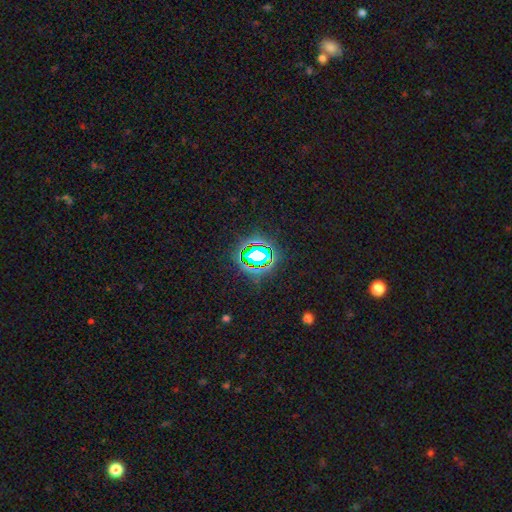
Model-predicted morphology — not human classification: Smooth or featured: star or artifact — 70% (smooth — 18%)